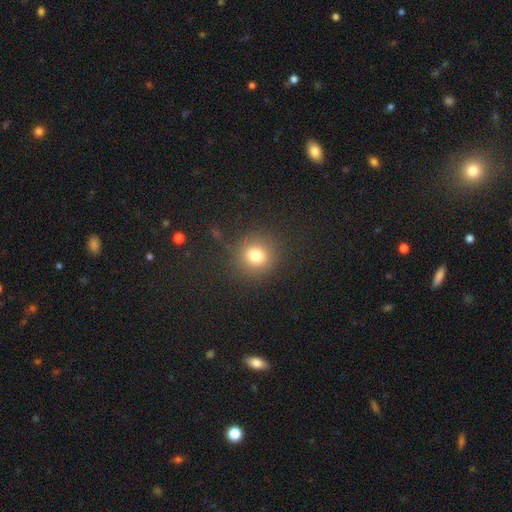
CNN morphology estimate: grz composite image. It shows a smooth galaxy with no disk features (78%) that is round (85%). Merging: none (86%).